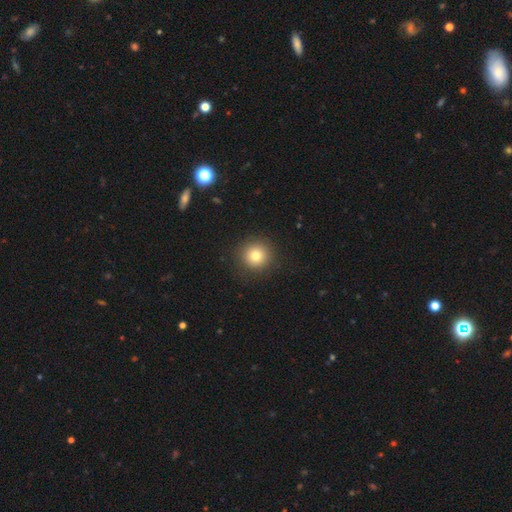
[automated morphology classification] smooth-or-featured: smooth: 79% | star or artifact: 12% | featured or disk: 9%
  how-rounded: round: 95% | in between: 4% | cigar-shaped: 1%
  merging: none: 90% | minor disturbance: 7% | major disturbance: 3% | merger: 1%